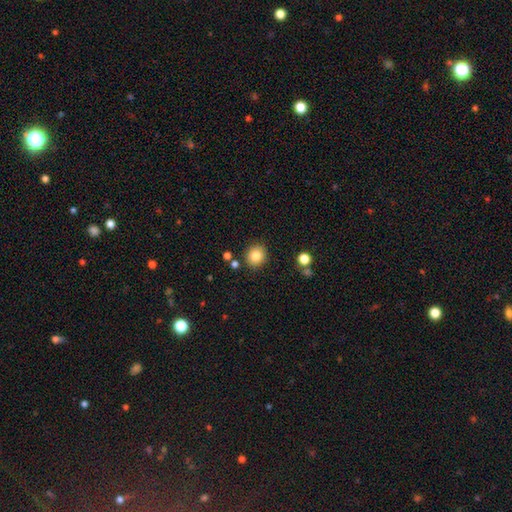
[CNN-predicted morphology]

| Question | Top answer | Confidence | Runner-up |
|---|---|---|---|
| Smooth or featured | smooth | 83% | star or artifact (10%) |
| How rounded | round | 81% | in between (19%) |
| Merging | none | 86% | minor disturbance (8%) |